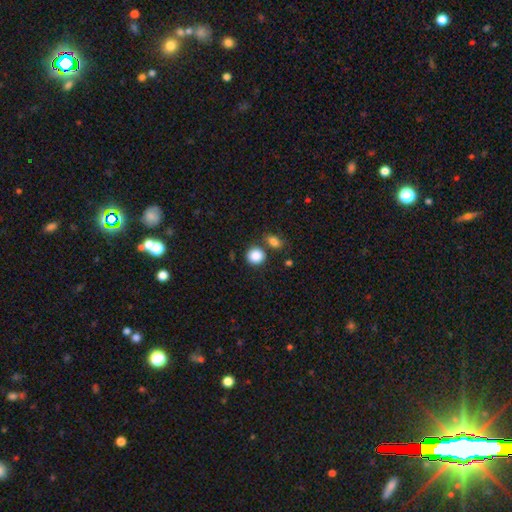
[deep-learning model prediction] A smooth galaxy with no disk features (87%) that is round (85%).

Vote fractions:
- Smooth or featured? smooth: 87% / star or artifact: 9% / featured or disk: 4%
- How rounded? round: 85% / in between: 14% / cigar-shaped: 1%
- Merging? none: 74% / merger: 13% / minor disturbance: 10% / major disturbance: 3%